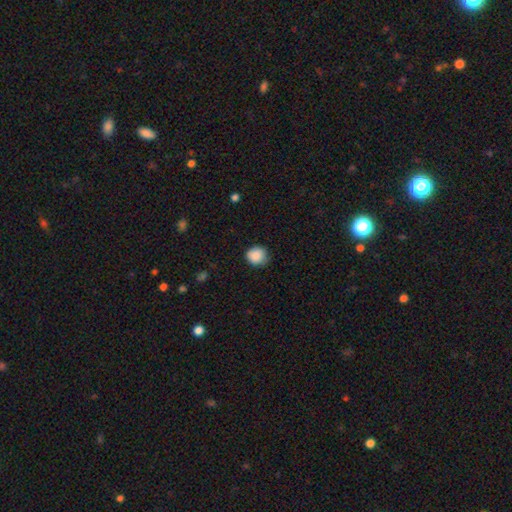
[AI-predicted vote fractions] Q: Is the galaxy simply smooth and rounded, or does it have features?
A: smooth — 89%.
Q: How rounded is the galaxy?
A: round — 86%.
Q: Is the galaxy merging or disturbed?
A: none — 79%.